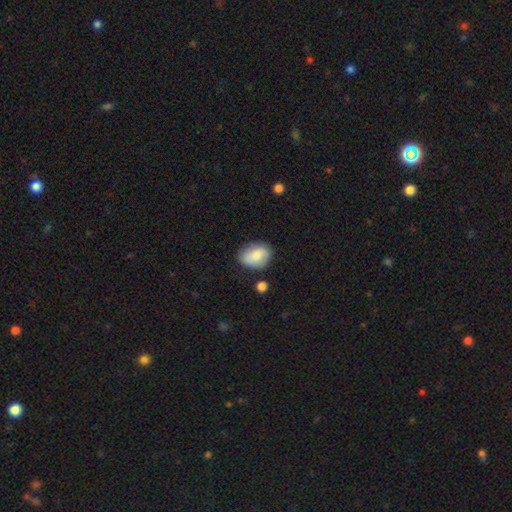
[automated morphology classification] Smooth or featured? smooth (82%)
How rounded? in between (72%)
Merging? none (74%)